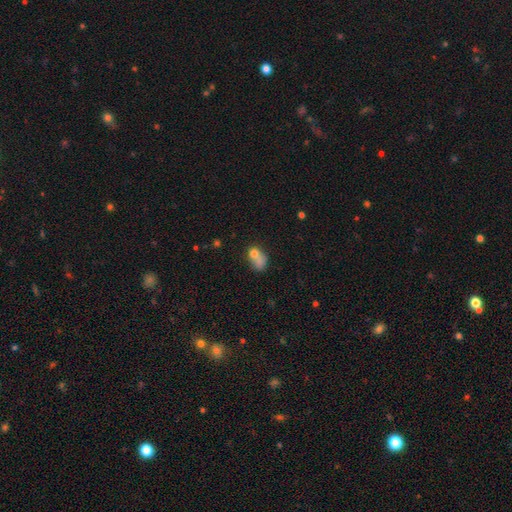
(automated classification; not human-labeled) Smooth or featured: smooth — 71% (featured or disk — 17%)
How rounded: in between — 63% (round — 35%)
Merging: merger — 45% (none — 24%)